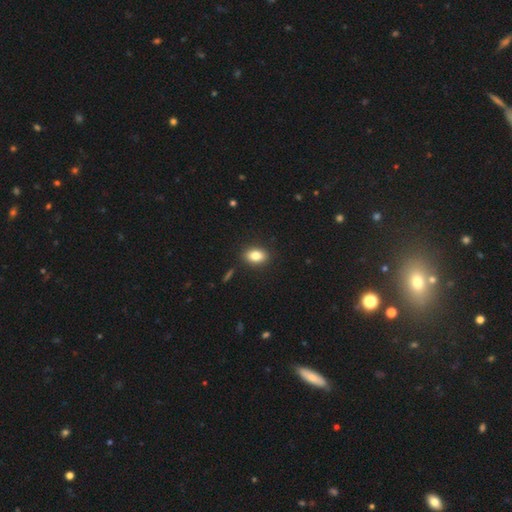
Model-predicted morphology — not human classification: Smooth or featured?
  - smooth: 81% *
  - featured or disk: 10%
  - star or artifact: 9%
How rounded?
  - in between: 82% *
  - round: 16%
  - cigar-shaped: 2%
Merging?
  - none: 89% *
  - minor disturbance: 8%
  - major disturbance: 2%
  - merger: 1%